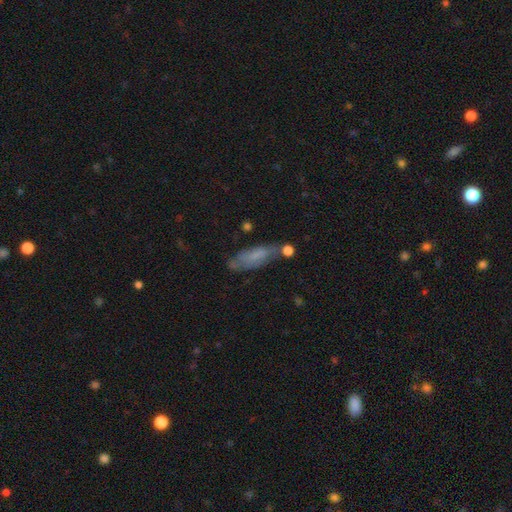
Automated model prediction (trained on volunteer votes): This is possibly a smooth galaxy (56%). How rounded: possibly in between (54%). Merging: possibly none (52%).